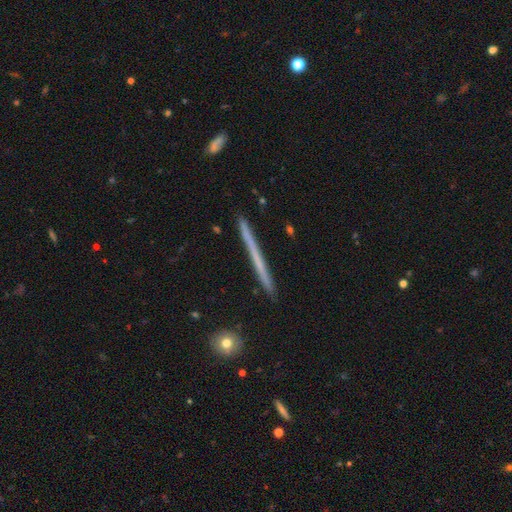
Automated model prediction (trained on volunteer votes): featured or disk 55%, smooth 39%, star or artifact 6%. Down the decision tree: edge-on disk — yes (98%); edge-on bulge — none (92%); merging — none (91%).